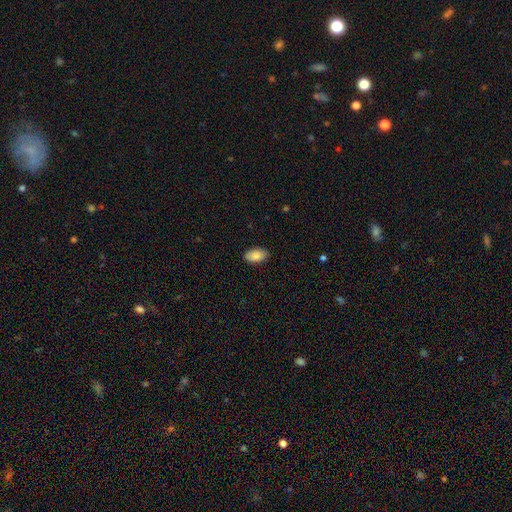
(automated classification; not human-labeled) smooth_or_featured: smooth (p=0.84) [alt: featured or disk p=0.09]
how_rounded: in between (p=0.94) [alt: round p=0.04]
merging: none (p=0.88) [alt: minor disturbance p=0.09]